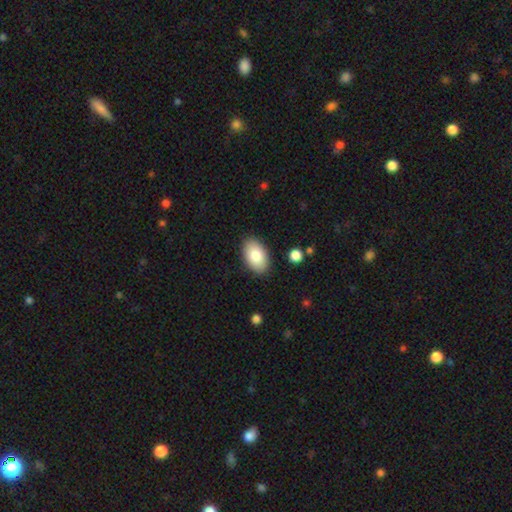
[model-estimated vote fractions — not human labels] Smooth or featured: smooth — 82% (featured or disk — 11%)
How rounded: in between — 94% (round — 5%)
Merging: none — 88% (minor disturbance — 9%)